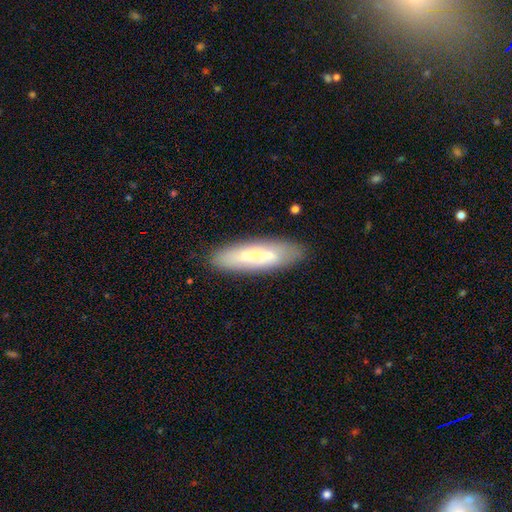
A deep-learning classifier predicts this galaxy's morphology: A smooth galaxy with no disk features (63%) that is cigar-shaped (63%).

Vote fractions:
- Smooth or featured? smooth: 63% / featured or disk: 29% / star or artifact: 7%
- How rounded? cigar-shaped: 63% / in between: 36% / round: 2%
- Merging? none: 79% / minor disturbance: 14% / major disturbance: 4% / merger: 3%